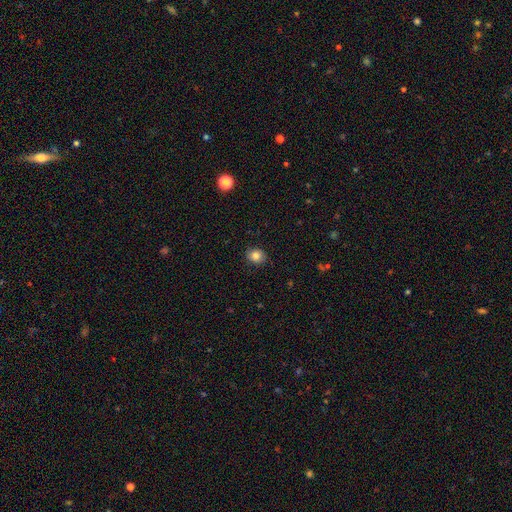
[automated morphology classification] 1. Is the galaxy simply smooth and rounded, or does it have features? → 84% smooth, 10% star or artifact, 6% featured or disk.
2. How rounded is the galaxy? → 68% round, 31% in between, 1% cigar-shaped.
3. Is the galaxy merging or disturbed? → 88% none, 9% minor disturbance, 2% major disturbance, 1% merger.